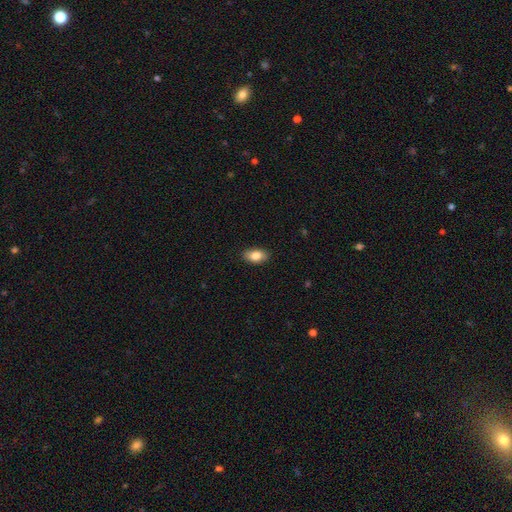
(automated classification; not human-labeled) Overall: smooth (84%). How rounded: in between (91%). Merging: none (89%).